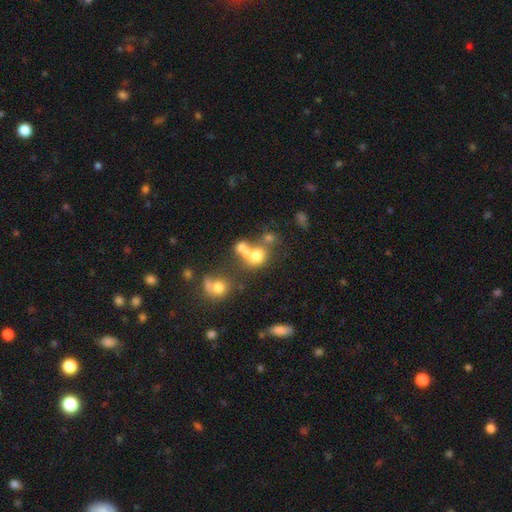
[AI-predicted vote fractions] Overall: smooth (64%). How rounded: round (67%; in between 32%). Merging: merger (48%; none 36%).